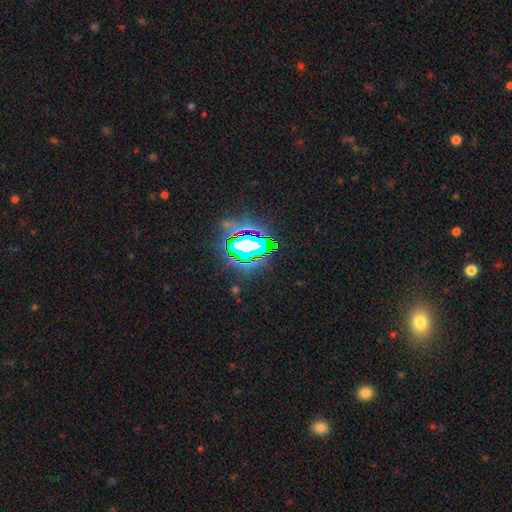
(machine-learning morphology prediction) Smooth or featured: star or artifact — 79% (smooth — 11%)